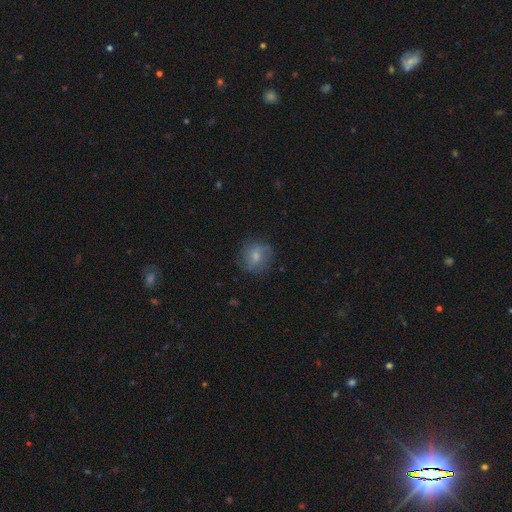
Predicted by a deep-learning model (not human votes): A smooth galaxy with no disk features (63%) that is round (79%). Merging: none (74%).